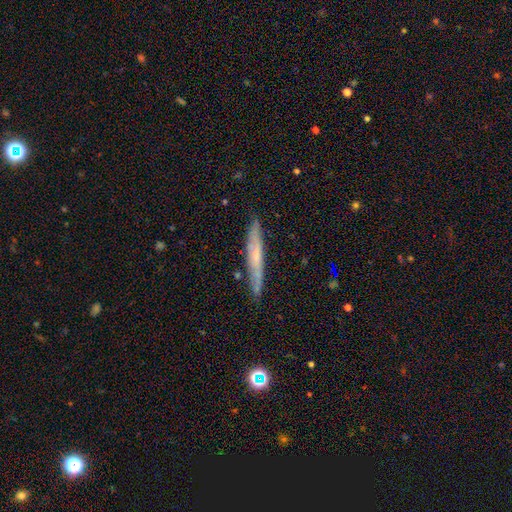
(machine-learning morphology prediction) This is possibly a featured or disk galaxy (51%). It is clearly viewed edge-on (87%). Merging: clearly none (83%).